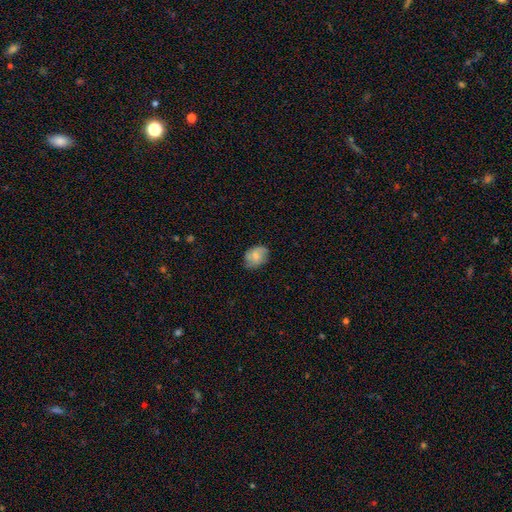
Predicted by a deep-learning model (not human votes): A smooth galaxy with no disk features (67%) that is in between round and cigar-shaped (66%). Merging: none (71%).